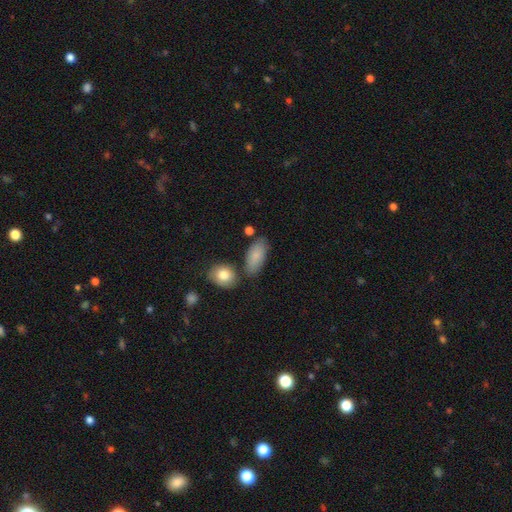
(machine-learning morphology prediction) Smooth or featured?
  - smooth: 84% *
  - featured or disk: 10%
  - star or artifact: 6%
How rounded?
  - in between: 90% *
  - cigar-shaped: 6%
  - round: 3%
Merging?
  - none: 69% *
  - minor disturbance: 17%
  - merger: 10%
  - major disturbance: 4%